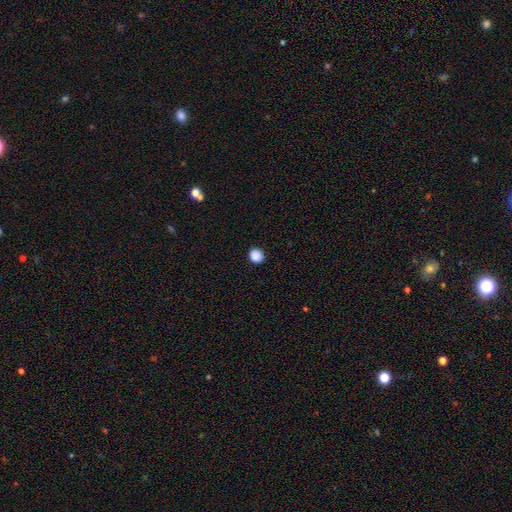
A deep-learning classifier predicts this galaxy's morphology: smooth_or_featured: smooth (p=0.88) [alt: star or artifact p=0.09]
how_rounded: round (p=0.87) [alt: in between p=0.12]
merging: none (p=0.92) [alt: minor disturbance p=0.05]